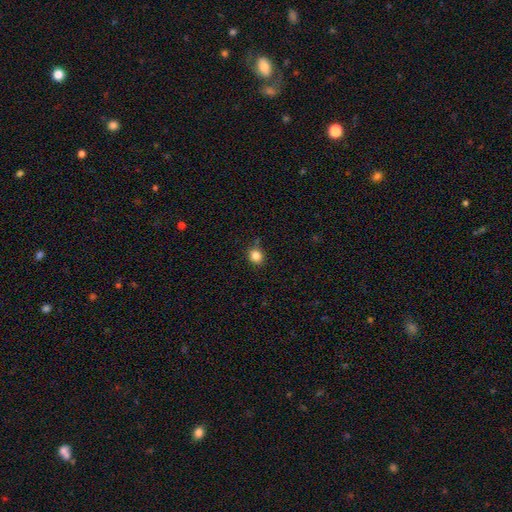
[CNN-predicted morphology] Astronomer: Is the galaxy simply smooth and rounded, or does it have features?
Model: smooth — 84%.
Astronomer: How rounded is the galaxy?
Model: round — 75%.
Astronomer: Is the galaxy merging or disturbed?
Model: none — 84%.